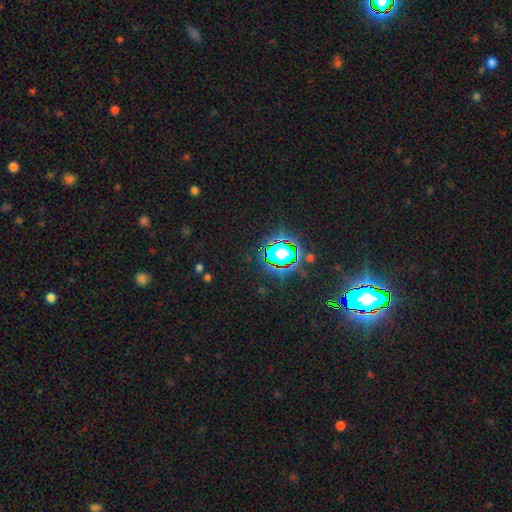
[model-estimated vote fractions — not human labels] star or artifact 80%, smooth 12%, featured or disk 8%.